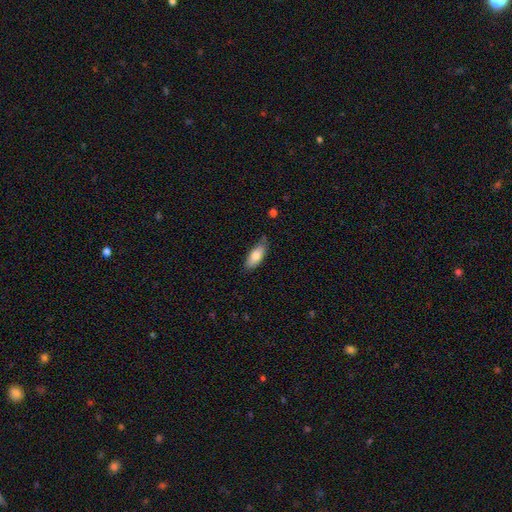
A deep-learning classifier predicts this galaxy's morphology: smooth-or-featured: smooth: 80% | featured or disk: 14% | star or artifact: 6%
  how-rounded: in between: 75% | cigar-shaped: 23% | round: 2%
  merging: none: 72% | minor disturbance: 23% | major disturbance: 3% | merger: 2%